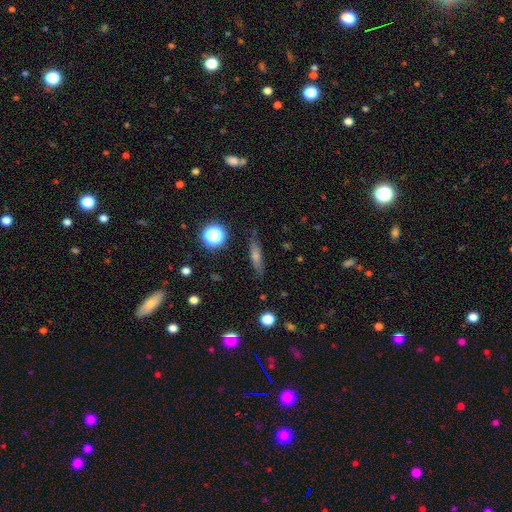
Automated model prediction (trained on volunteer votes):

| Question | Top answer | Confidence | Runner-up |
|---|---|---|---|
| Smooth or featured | smooth | 50% | featured or disk (36%) |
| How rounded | cigar-shaped | 78% | in between (16%) |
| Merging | none | 85% | minor disturbance (10%) |